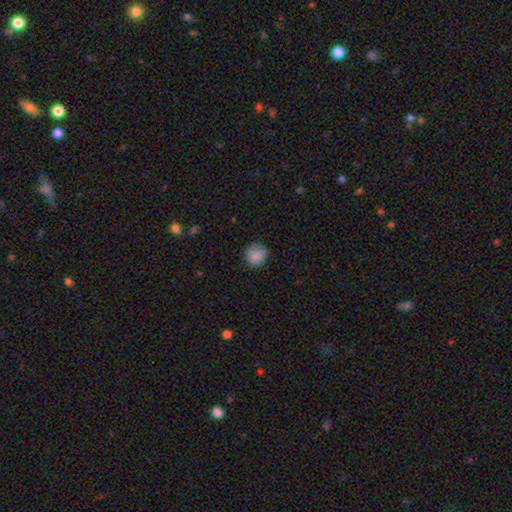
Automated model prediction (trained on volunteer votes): This appears to be a smooth galaxy with no disk features (86%) that is round (87%). Merging: none (82%).